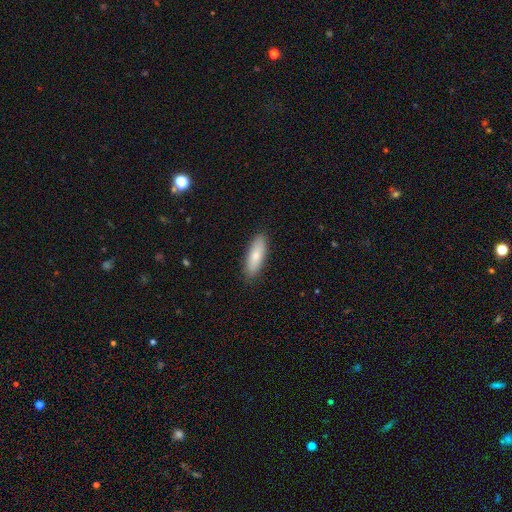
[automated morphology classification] smooth 81%, featured or disk 14%, star or artifact 6%. Down the decision tree: how rounded — in between (52%); merging — none (88%).